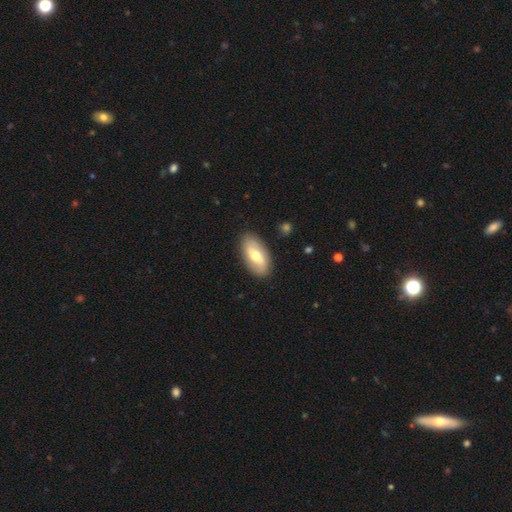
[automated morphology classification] The model was most divided on "smooth or featured": smooth: 51%, featured or disk: 43%, star or artifact: 6%. More confident: how rounded — in between (91%); merging — none (87%).